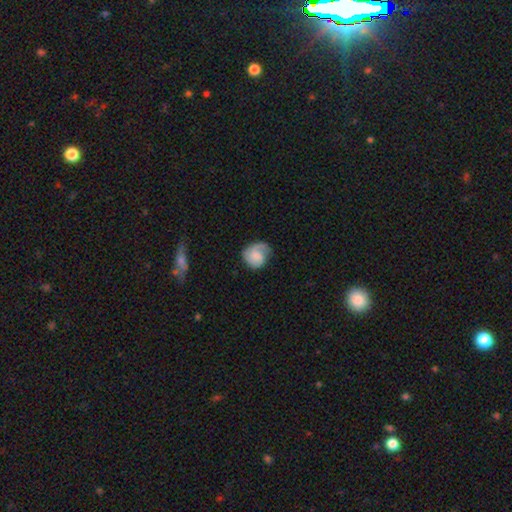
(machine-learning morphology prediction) smooth_or_featured: featured or disk (p=0.47) [alt: smooth p=0.46]
merging: none (p=0.55) [alt: minor disturbance p=0.28]